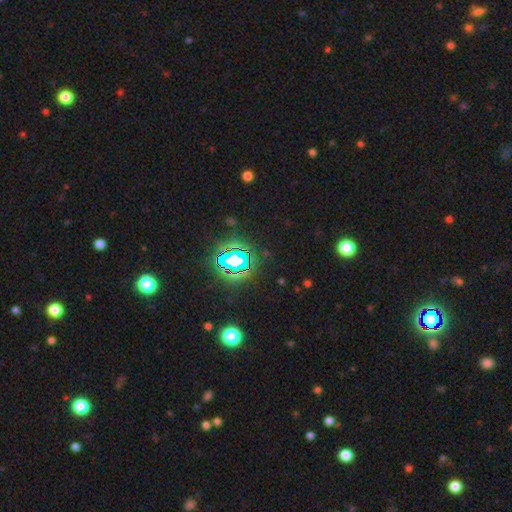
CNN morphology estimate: smooth-or-featured: star or artifact: 82% | smooth: 11% | featured or disk: 7%